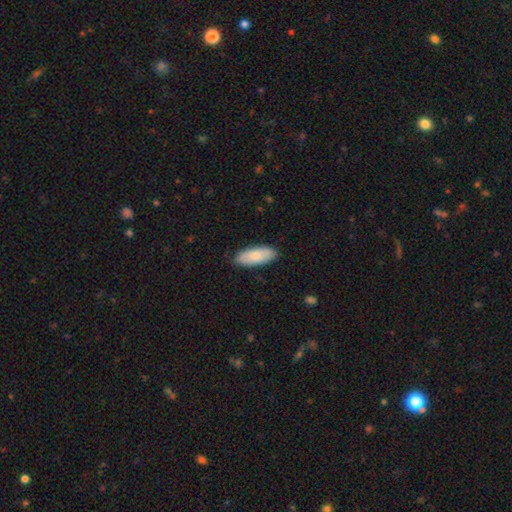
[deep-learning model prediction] Morphology: type=smooth (79%); roundness=in between (81%); merging=none (87%).